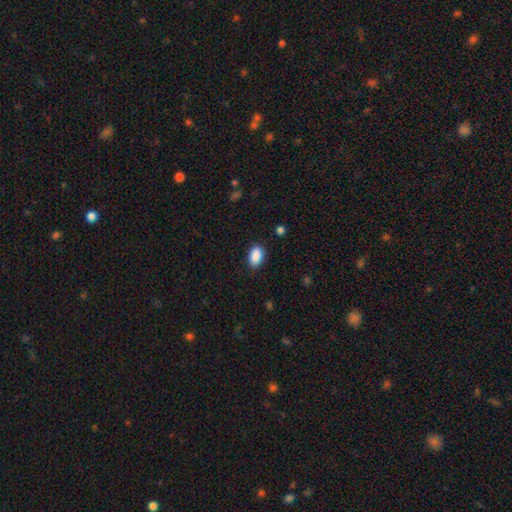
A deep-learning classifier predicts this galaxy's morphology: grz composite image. It shows a smooth galaxy with no disk features (90%) that is in between round and cigar-shaped (90%). Merging: none (86%).